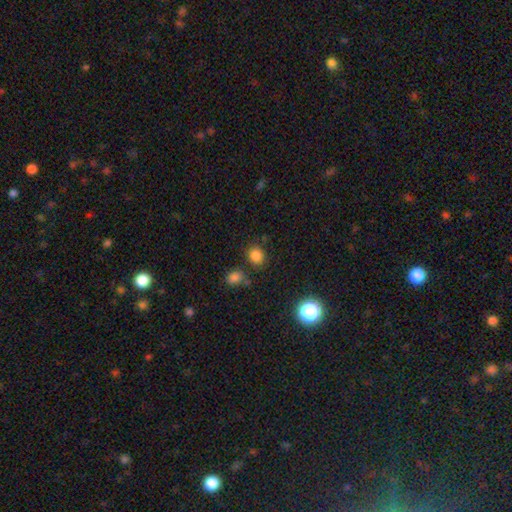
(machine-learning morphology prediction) A smooth galaxy with no disk features (80%) that is round (78%).

Vote fractions:
- Smooth or featured? smooth: 80% / star or artifact: 15% / featured or disk: 4%
- How rounded? round: 78% / in between: 21% / cigar-shaped: 1%
- Merging? none: 78% / minor disturbance: 11% / merger: 7% / major disturbance: 4%